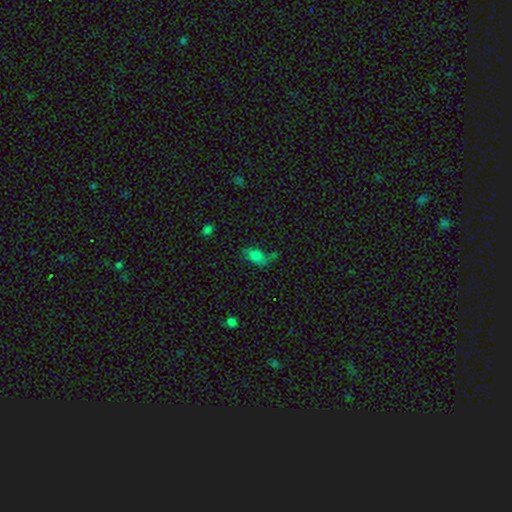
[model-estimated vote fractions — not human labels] A smooth galaxy with no disk features (75%) that is in between round and cigar-shaped (85%). Merging: none (51%).